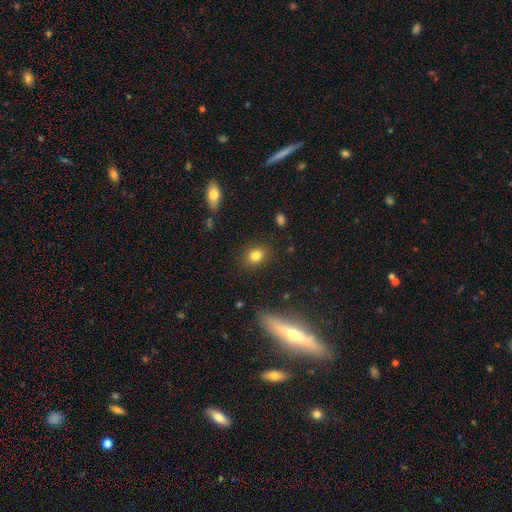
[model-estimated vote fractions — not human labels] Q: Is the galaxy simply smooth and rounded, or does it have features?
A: smooth — 82%.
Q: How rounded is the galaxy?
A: round — 57%.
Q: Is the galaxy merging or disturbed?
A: none — 87%.